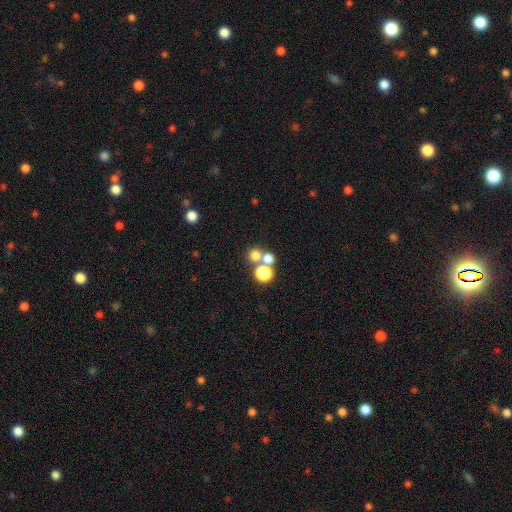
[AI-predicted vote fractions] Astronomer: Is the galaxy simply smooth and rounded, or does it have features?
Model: smooth — 71%.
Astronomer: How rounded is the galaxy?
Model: round — 89%.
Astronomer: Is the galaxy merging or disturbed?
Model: none — 53% (runner-up: merger, 38%).